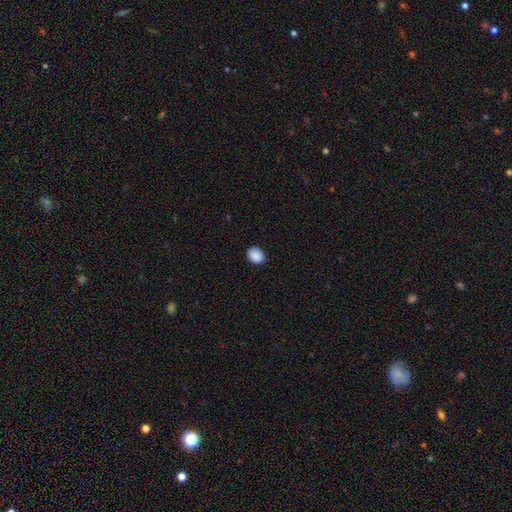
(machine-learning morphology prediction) Smooth or featured? Predicted: smooth (p=0.90). How rounded? Predicted: in between (p=0.54). Merging? Predicted: none (p=0.90).